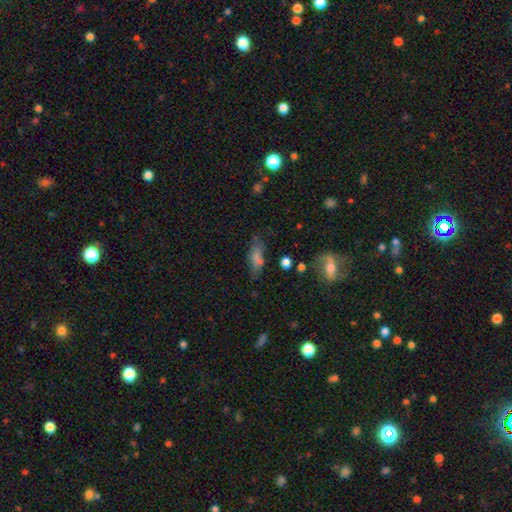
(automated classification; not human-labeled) Overall: smooth (58%; featured or disk 25%). How rounded: in between (50%; cigar-shaped 44%). Merging: none (66%).